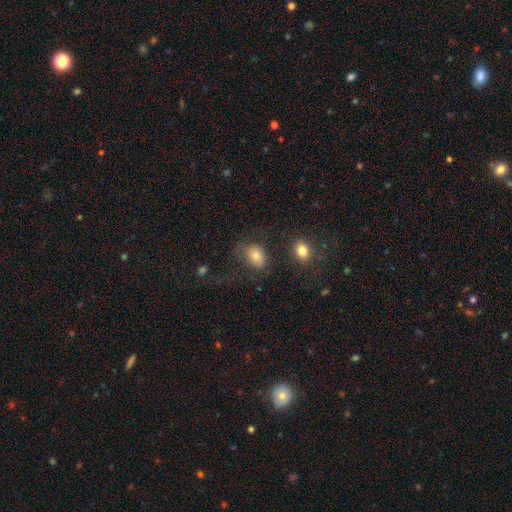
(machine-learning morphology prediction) Smooth or featured? Predicted: smooth (p=0.78). How rounded? Predicted: in between (p=0.75). Merging? Predicted: none (p=0.59).